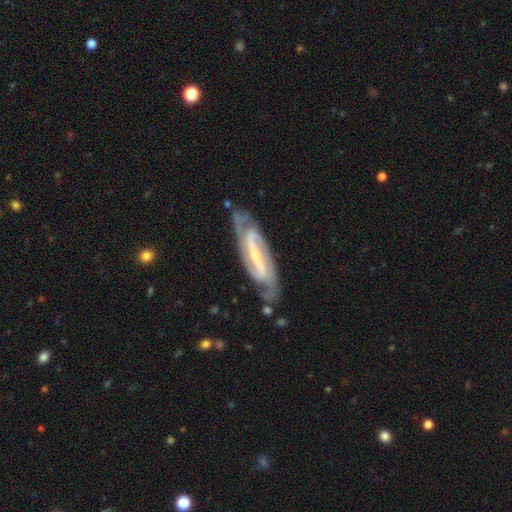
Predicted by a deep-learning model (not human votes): smooth_or_featured: featured or disk (p=0.90) [alt: smooth p=0.06]
disk_edge_on: no (p=0.89) [alt: yes p=0.11]
bar: strong (p=0.65) [alt: weak p=0.25]
has_spiral_arms: yes (p=0.97) [alt: no p=0.03]
spiral_winding: medium (p=0.46) [alt: tight p=0.39]
spiral_arm_count: 2 (p=0.84) [alt: can't tell p=0.06]
bulge_size: small (p=0.68) [alt: moderate p=0.26]
merging: none (p=0.77) [alt: minor disturbance p=0.17]